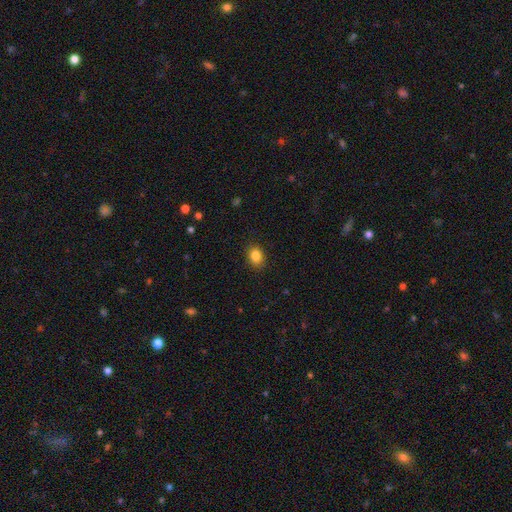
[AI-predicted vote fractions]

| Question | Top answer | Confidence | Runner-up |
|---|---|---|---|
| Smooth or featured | smooth | 85% | star or artifact (10%) |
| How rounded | in between | 55% | round (44%) |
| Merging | none | 88% | minor disturbance (9%) |